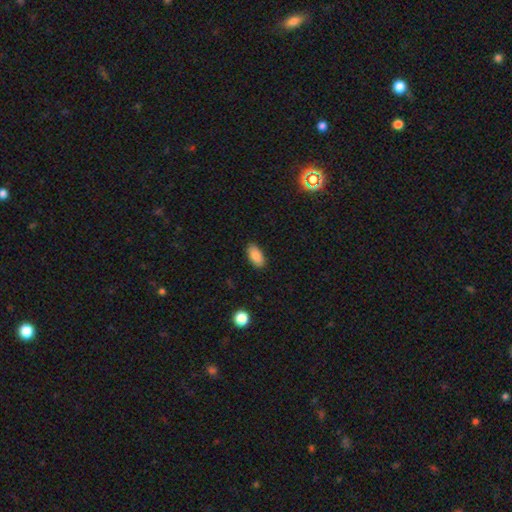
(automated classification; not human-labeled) smooth-or-featured: smooth: 87% | star or artifact: 8% | featured or disk: 5%
  how-rounded: in between: 93% | cigar-shaped: 4% | round: 3%
  merging: none: 87% | minor disturbance: 10% | major disturbance: 2% | merger: 1%